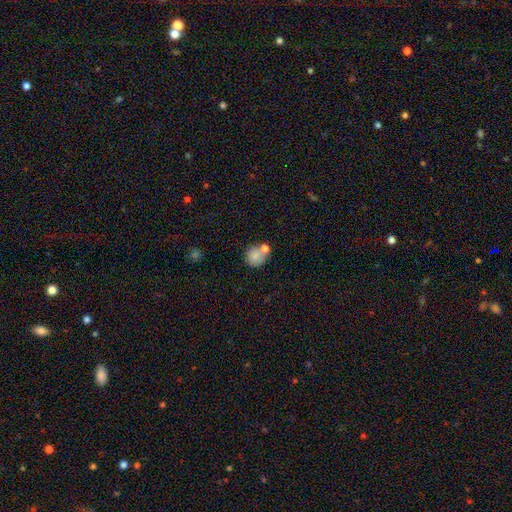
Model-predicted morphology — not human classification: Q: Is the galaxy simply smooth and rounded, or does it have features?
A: smooth — 80%.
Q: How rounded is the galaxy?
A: round — 86%.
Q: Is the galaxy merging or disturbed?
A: none — 57%.